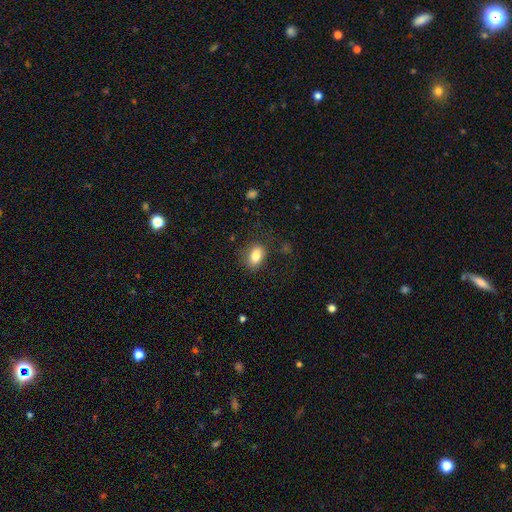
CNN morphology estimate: A smooth galaxy with no disk features (83%) that is in between round and cigar-shaped (81%). Merging: none (75%).